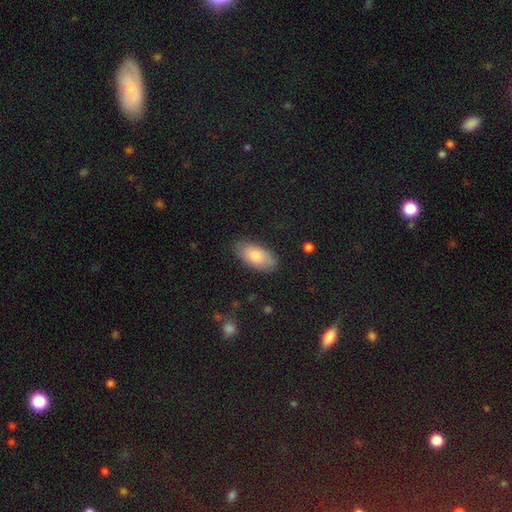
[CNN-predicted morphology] smooth-or-featured: smooth: 78% | featured or disk: 15% | star or artifact: 6%
  how-rounded: in between: 93% | cigar-shaped: 5% | round: 3%
  merging: none: 82% | minor disturbance: 14% | major disturbance: 3% | merger: 1%